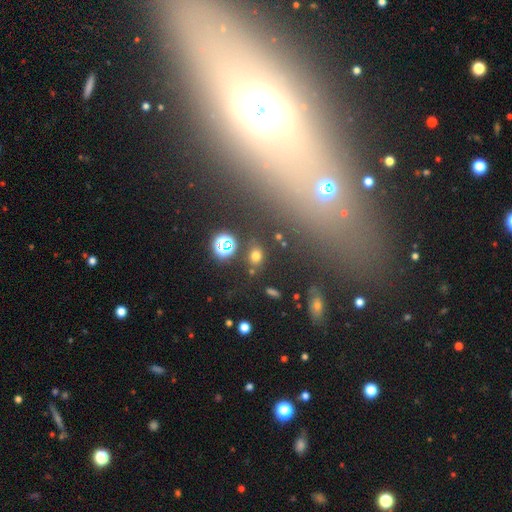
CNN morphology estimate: A smooth galaxy with no disk features (68%) that is in between round and cigar-shaped (56%). Merging: none (80%).